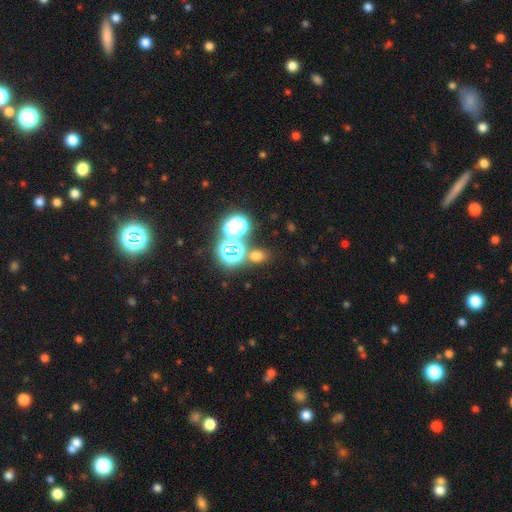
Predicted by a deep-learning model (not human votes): This appears to be a smooth galaxy with no disk features (56%) that is round (54%). Merging: none (74%).